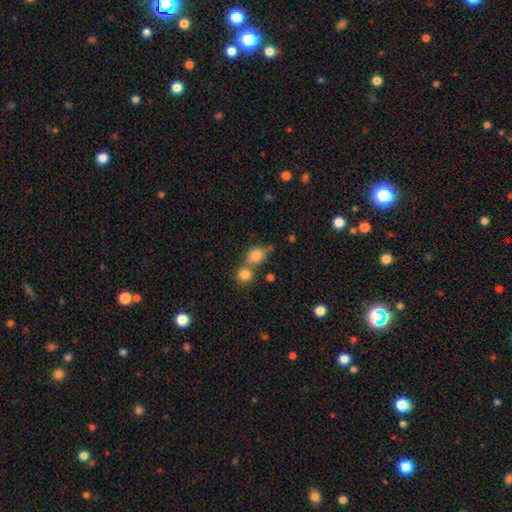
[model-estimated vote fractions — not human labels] Smooth or featured?
  - smooth: 82% *
  - star or artifact: 10%
  - featured or disk: 8%
How rounded?
  - round: 50% *
  - in between: 48%
  - cigar-shaped: 2%
Merging?
  - none: 46% *
  - merger: 37%
  - minor disturbance: 12%
  - major disturbance: 4%